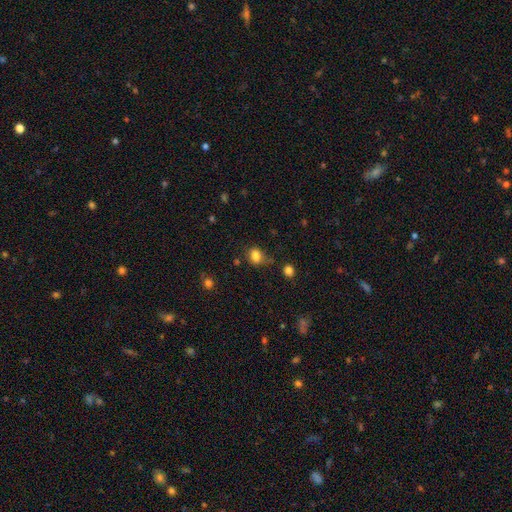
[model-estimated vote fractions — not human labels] A smooth galaxy with no disk features (82%) that is round (53%).

Vote fractions:
- Smooth or featured? smooth: 82% / star or artifact: 12% / featured or disk: 6%
- How rounded? round: 53% / in between: 46% / cigar-shaped: 1%
- Merging? none: 63% / minor disturbance: 24% / major disturbance: 7% / merger: 6%